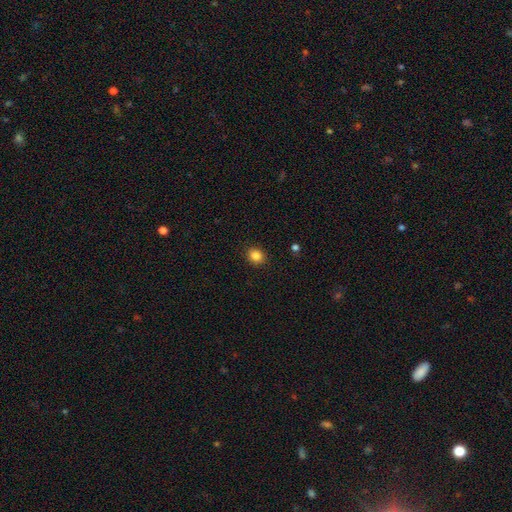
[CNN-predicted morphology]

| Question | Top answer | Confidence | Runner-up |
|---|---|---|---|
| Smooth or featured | smooth | 85% | star or artifact (11%) |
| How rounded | round | 65% | in between (34%) |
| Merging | none | 90% | minor disturbance (7%) |